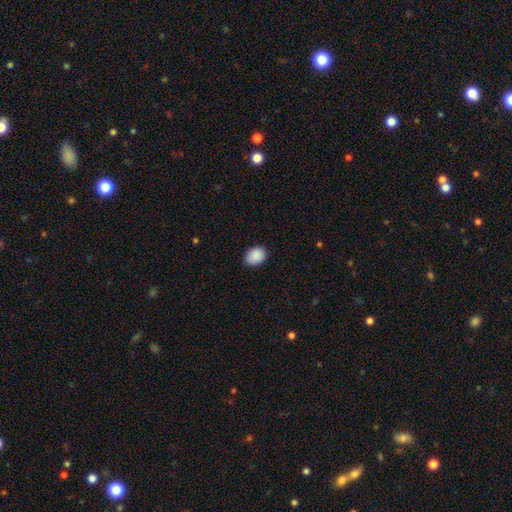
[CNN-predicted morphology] A smooth galaxy with no disk features (90%) that is round (50%). Merging: none (87%).